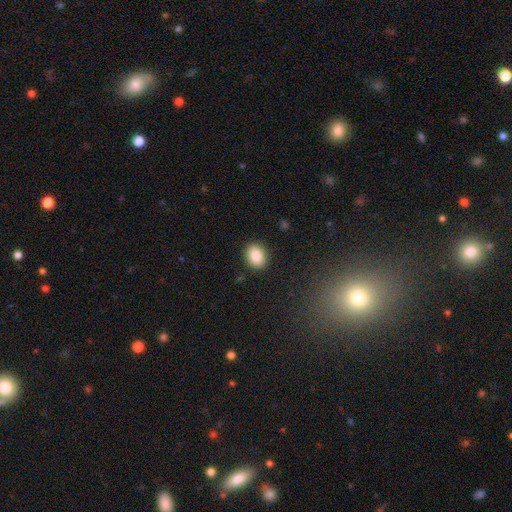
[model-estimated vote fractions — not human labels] Smooth or featured? smooth (86%)
How rounded? in between (55%)
Merging? none (89%)